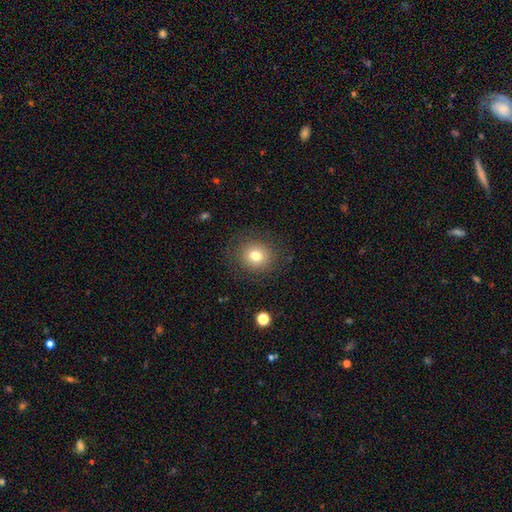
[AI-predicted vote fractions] Smooth or featured?
  - smooth: 76% *
  - star or artifact: 13%
  - featured or disk: 11%
How rounded?
  - round: 85% *
  - in between: 14%
  - cigar-shaped: 1%
Merging?
  - none: 85% *
  - minor disturbance: 9%
  - major disturbance: 4%
  - merger: 1%